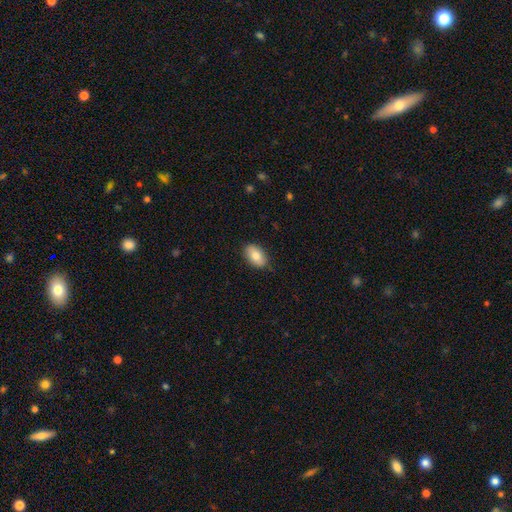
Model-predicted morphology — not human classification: The model was most divided on "smooth or featured": smooth: 81%, featured or disk: 12%, star or artifact: 7%. More confident: how rounded — in between (92%); merging — none (83%).